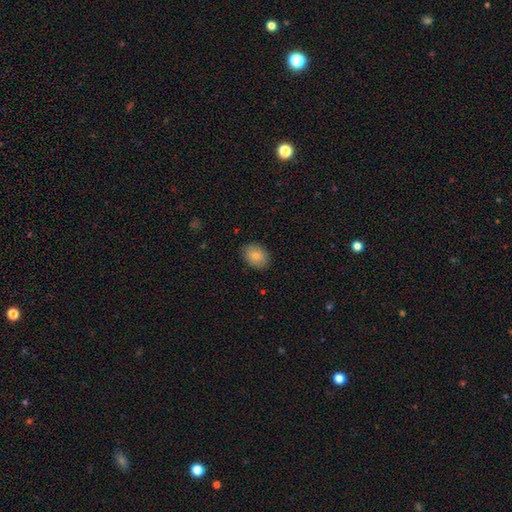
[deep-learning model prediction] smooth 84%, featured or disk 8%, star or artifact 8%. Down the decision tree: how rounded — in between (69%); merging — none (86%).